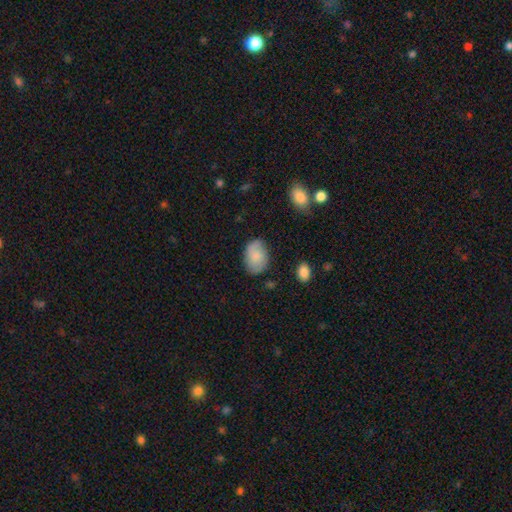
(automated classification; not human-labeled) This appears to be a smooth galaxy with no disk features (77%) that is in between round and cigar-shaped (84%). Merging: none (74%).